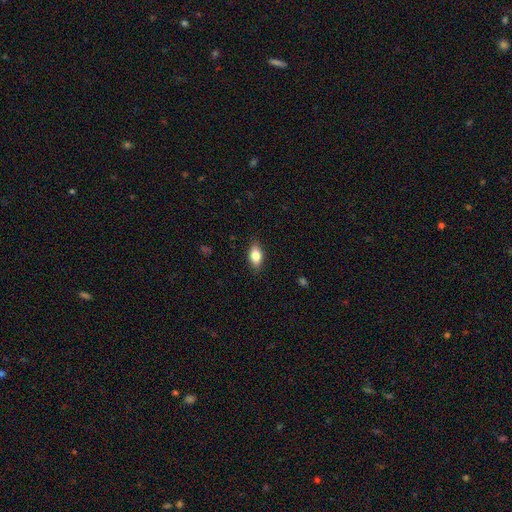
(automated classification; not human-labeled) Q: Smooth or featured?
A: smooth (77%); runner-up: featured or disk (16%)
Q: How rounded?
A: in between (85%); runner-up: cigar-shaped (9%)
Q: Merging?
A: none (86%); runner-up: minor disturbance (11%)